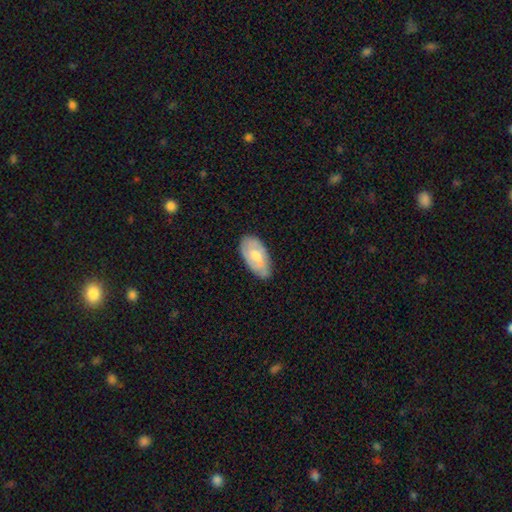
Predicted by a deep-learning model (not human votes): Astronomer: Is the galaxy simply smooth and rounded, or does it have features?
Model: featured or disk — 50% (runner-up: smooth, 44%).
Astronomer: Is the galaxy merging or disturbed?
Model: none — 74%.